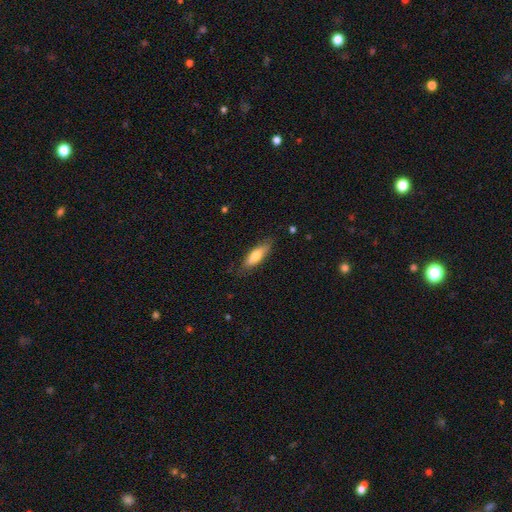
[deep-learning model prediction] This is likely a smooth galaxy (72%). How rounded: possibly in between (55%). Merging: likely none (80%).